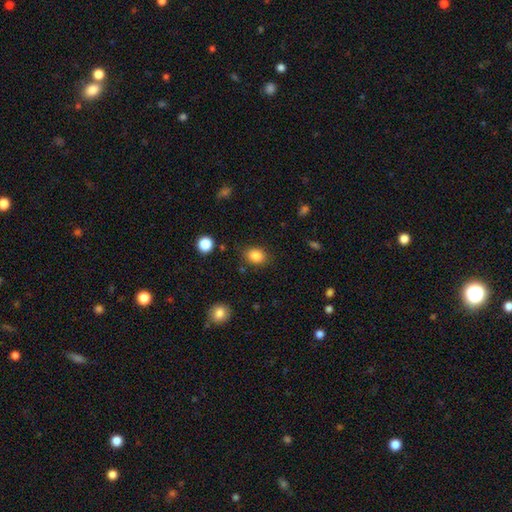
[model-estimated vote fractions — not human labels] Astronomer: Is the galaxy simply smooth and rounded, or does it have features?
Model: smooth — 85%.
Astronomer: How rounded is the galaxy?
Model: in between — 58% (runner-up: round, 41%).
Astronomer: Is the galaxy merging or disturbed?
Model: none — 82%.